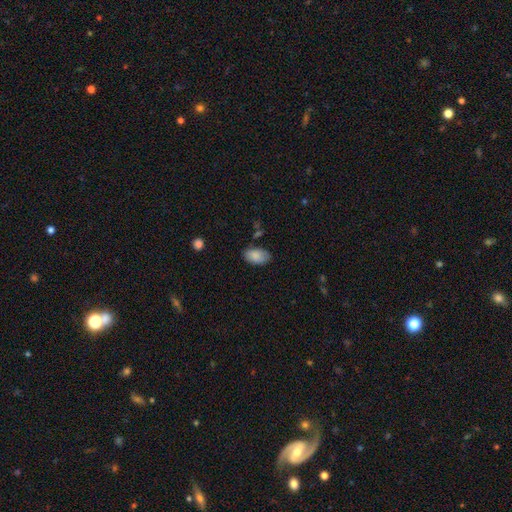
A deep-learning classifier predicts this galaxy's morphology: The model was most divided on "merging": none: 75%, minor disturbance: 19%, major disturbance: 4%, merger: 3%. More confident: how rounded — in between (94%); smooth or featured — smooth (86%).